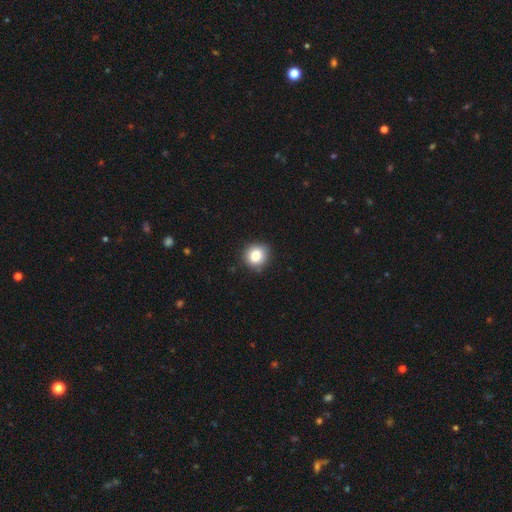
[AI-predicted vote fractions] smooth-or-featured: smooth: 81% | star or artifact: 10% | featured or disk: 8%
  how-rounded: round: 85% | in between: 14% | cigar-shaped: 1%
  merging: none: 86% | minor disturbance: 10% | major disturbance: 2% | merger: 1%